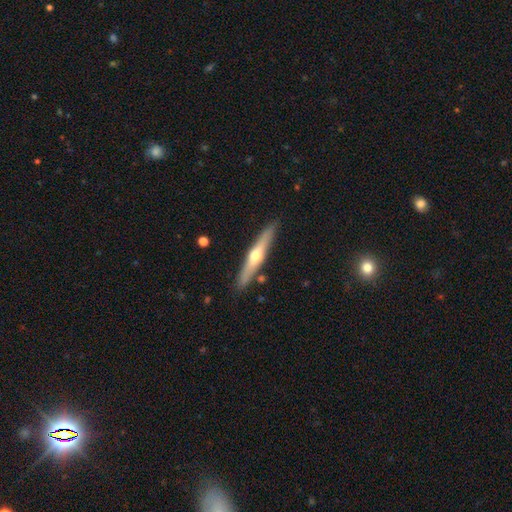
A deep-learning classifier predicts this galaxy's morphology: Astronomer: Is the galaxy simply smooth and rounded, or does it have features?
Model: featured or disk — 60% (runner-up: smooth, 35%).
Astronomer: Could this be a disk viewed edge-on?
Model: yes — 94%.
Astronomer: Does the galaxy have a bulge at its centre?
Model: rounded — 90%.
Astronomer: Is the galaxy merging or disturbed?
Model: none — 87%.